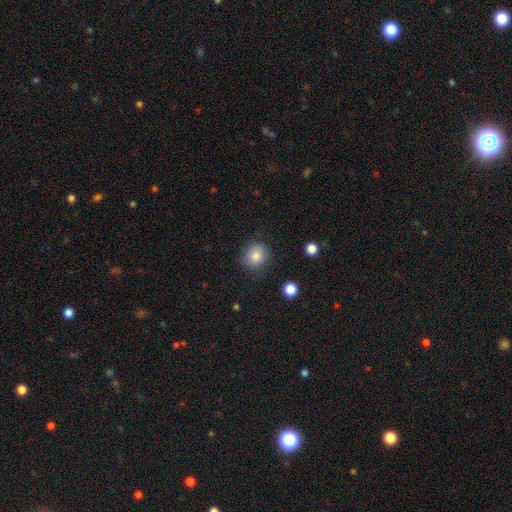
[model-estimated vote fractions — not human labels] Smooth or featured?
  - smooth: 83% *
  - star or artifact: 10%
  - featured or disk: 8%
How rounded?
  - round: 77% *
  - in between: 22%
  - cigar-shaped: 1%
Merging?
  - none: 82% *
  - minor disturbance: 13%
  - major disturbance: 4%
  - merger: 1%